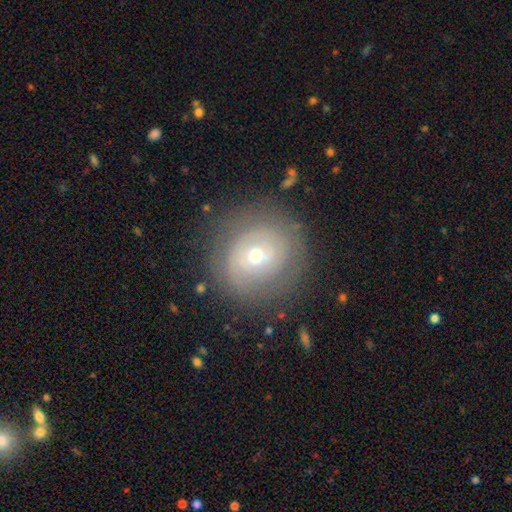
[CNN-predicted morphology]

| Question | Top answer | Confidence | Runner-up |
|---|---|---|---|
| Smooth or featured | featured or disk | 57% | smooth (34%) |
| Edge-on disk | no | 96% | yes (4%) |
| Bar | no | 60% | weak (29%) |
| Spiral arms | yes | 56% | no (44%) |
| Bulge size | moderate | 51% | small (45%) |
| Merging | none | 79% | minor disturbance (13%) |